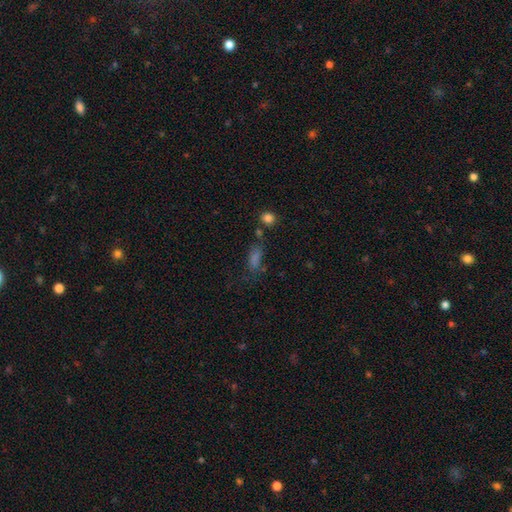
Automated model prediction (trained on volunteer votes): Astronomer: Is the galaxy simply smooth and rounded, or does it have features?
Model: smooth — 59%.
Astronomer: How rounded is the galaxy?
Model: in between — 63%.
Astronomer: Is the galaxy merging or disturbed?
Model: none — 51%.